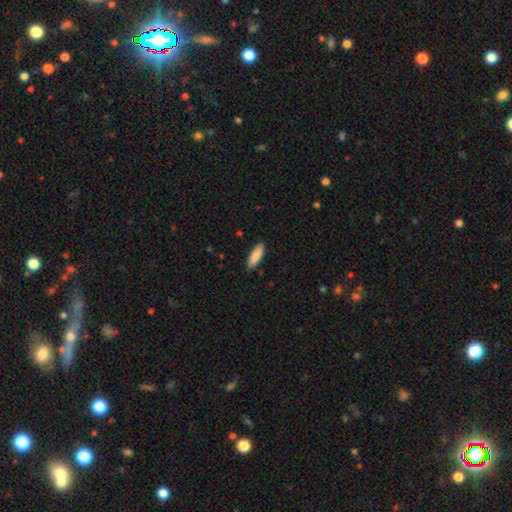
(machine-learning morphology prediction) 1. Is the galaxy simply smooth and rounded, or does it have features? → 88% smooth, 7% featured or disk, 6% star or artifact.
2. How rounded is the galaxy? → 54% in between, 44% cigar-shaped, 1% round.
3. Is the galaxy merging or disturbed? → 86% none, 11% minor disturbance, 2% major disturbance, 1% merger.